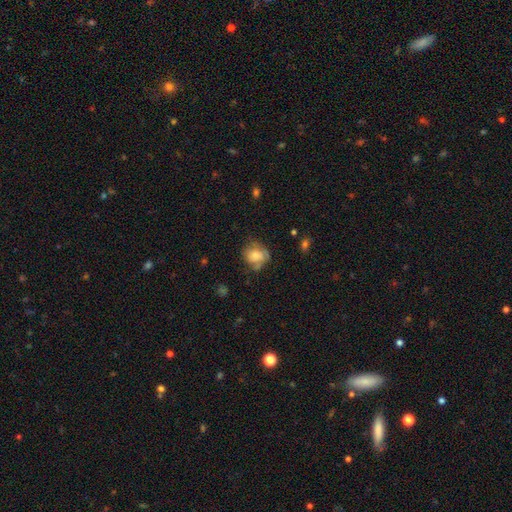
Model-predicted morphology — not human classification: This is likely a smooth galaxy (62%). How rounded: likely round (66%). Merging: possibly none (49%).